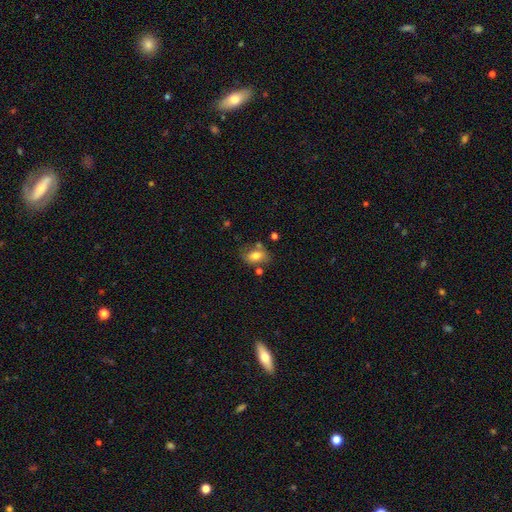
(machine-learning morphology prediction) A smooth galaxy with no disk features (73%) that is in between round and cigar-shaped (80%).

Vote fractions:
- Smooth or featured? smooth: 73% / featured or disk: 18% / star or artifact: 9%
- How rounded? in between: 80% / round: 18% / cigar-shaped: 2%
- Merging? none: 63% / minor disturbance: 19% / merger: 12% / major disturbance: 6%